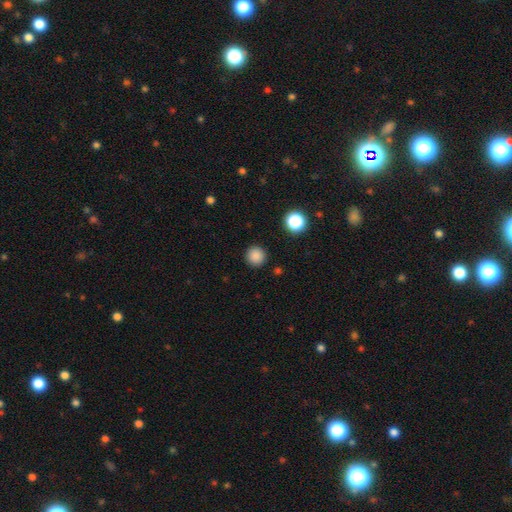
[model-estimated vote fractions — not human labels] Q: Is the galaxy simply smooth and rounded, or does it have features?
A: smooth — 86%.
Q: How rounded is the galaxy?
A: round — 94%.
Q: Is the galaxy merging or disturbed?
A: none — 91%.